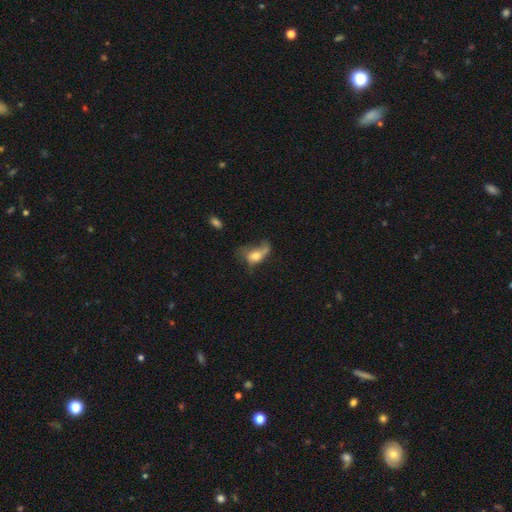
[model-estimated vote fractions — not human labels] This is possibly a smooth galaxy (57%). How rounded: likely in between (76%). Merging: marginally major disturbance (44%).